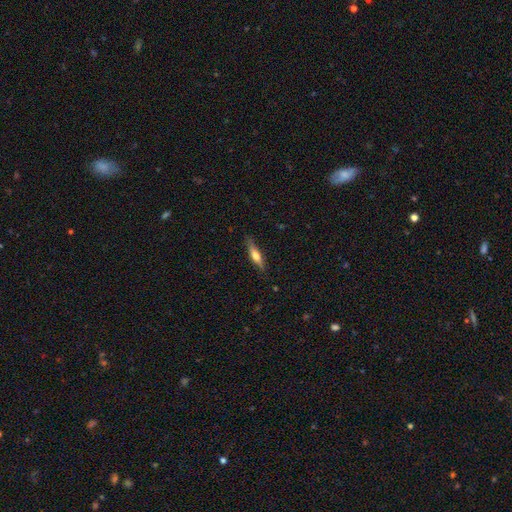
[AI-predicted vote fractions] smooth-or-featured: smooth: 48% | featured or disk: 46% | star or artifact: 6%
  merging: none: 83% | minor disturbance: 13% | major disturbance: 3% | merger: 1%